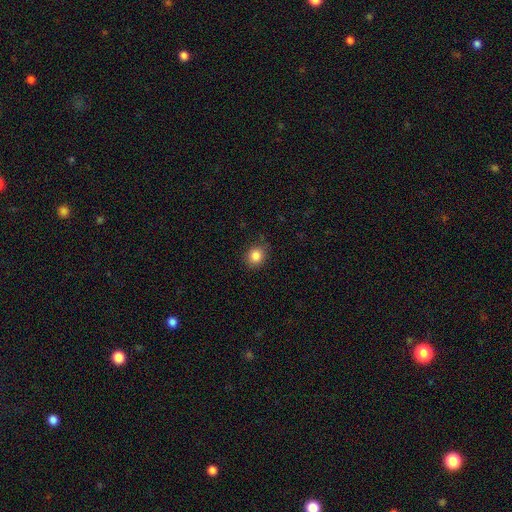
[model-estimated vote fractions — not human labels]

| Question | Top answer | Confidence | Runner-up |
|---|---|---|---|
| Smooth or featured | smooth | 85% | star or artifact (10%) |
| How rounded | round | 76% | in between (23%) |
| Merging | none | 84% | minor disturbance (12%) |